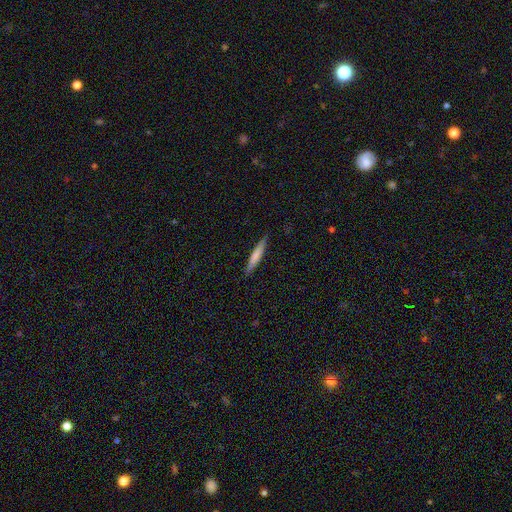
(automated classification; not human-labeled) The model was most divided on "smooth or featured": smooth: 69%, featured or disk: 26%, star or artifact: 5%. More confident: how rounded — cigar-shaped (93%); merging — none (87%).